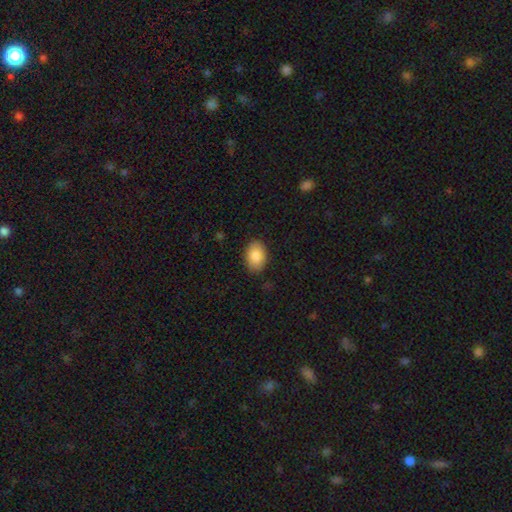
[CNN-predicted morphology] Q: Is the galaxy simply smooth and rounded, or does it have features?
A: smooth — 85%.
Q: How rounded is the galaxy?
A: in between — 86%.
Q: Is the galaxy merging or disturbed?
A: none — 86%.